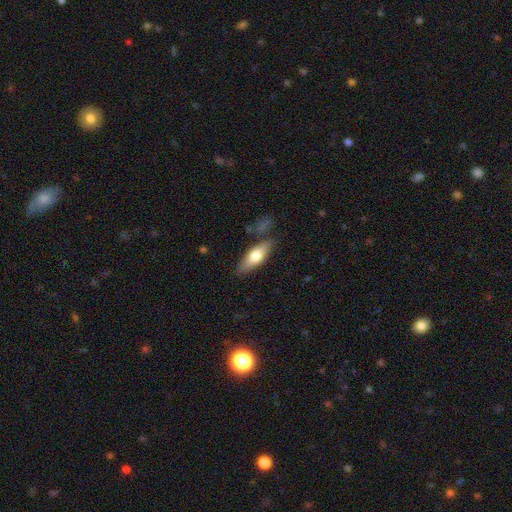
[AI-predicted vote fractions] The model was most divided on "how rounded": in between: 59%, cigar-shaped: 38%, round: 3%. More confident: merging — none (76%); smooth or featured — smooth (65%).